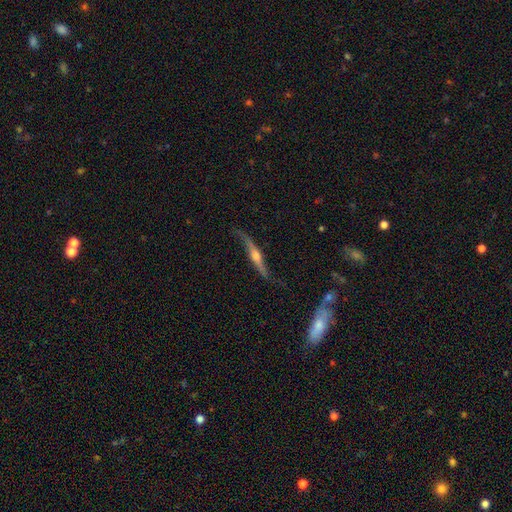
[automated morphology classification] featured or disk 82%, smooth 13%, star or artifact 5%. Down the decision tree: edge-on disk — yes (85%); edge-on bulge — rounded (88%); merging — none (67%).